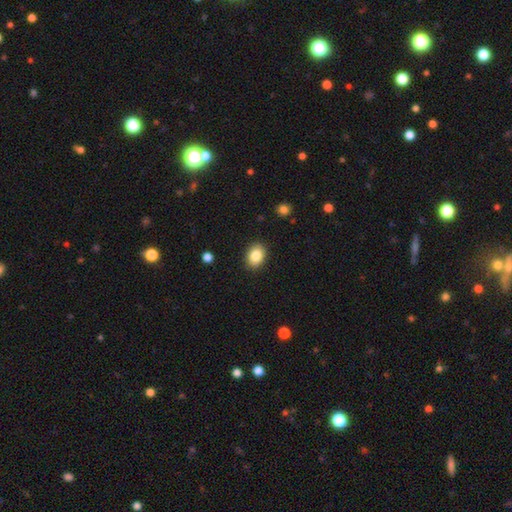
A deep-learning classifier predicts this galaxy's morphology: smooth 85%, star or artifact 8%, featured or disk 6%. Down the decision tree: how rounded — in between (70%); merging — none (89%).